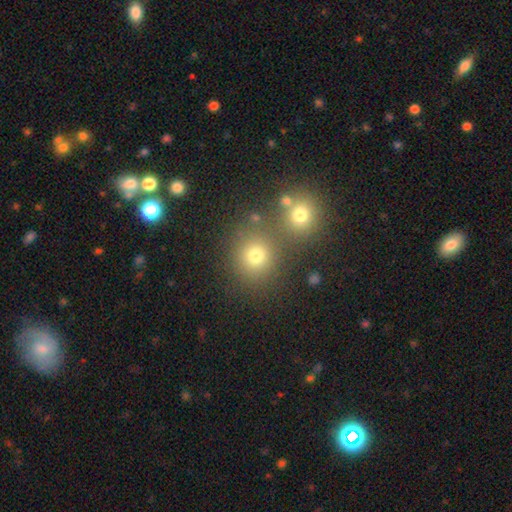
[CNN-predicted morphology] smooth_or_featured: smooth (p=0.75) [alt: star or artifact p=0.17]
how_rounded: round (p=0.88) [alt: in between p=0.11]
merging: none (p=0.67) [alt: merger p=0.22]